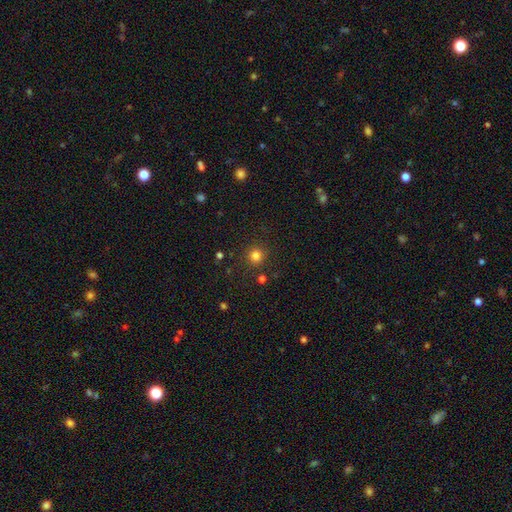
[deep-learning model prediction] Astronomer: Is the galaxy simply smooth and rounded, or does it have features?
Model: smooth — 81%.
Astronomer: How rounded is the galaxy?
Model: round — 94%.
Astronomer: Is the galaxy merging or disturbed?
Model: none — 88%.